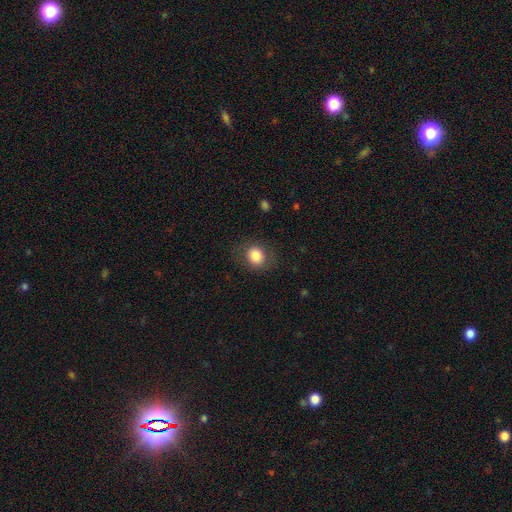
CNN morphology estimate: Smooth or featured?
  - smooth: 83% *
  - star or artifact: 9%
  - featured or disk: 7%
How rounded?
  - round: 72% *
  - in between: 27%
  - cigar-shaped: 1%
Merging?
  - none: 83% *
  - minor disturbance: 11%
  - major disturbance: 5%
  - merger: 1%